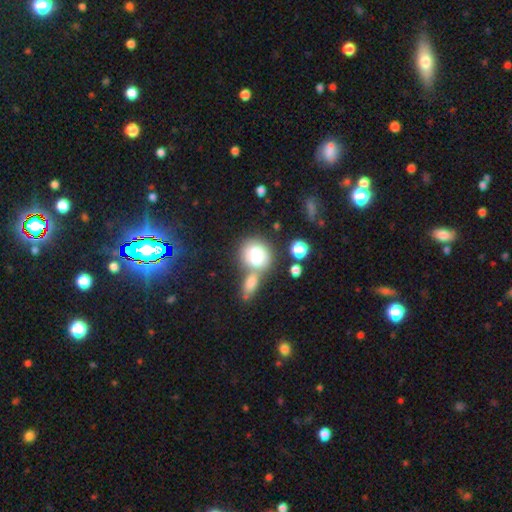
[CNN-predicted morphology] Smooth or featured? Predicted: smooth (p=0.74). How rounded? Predicted: round (p=0.64). Merging? Predicted: none (p=0.46).